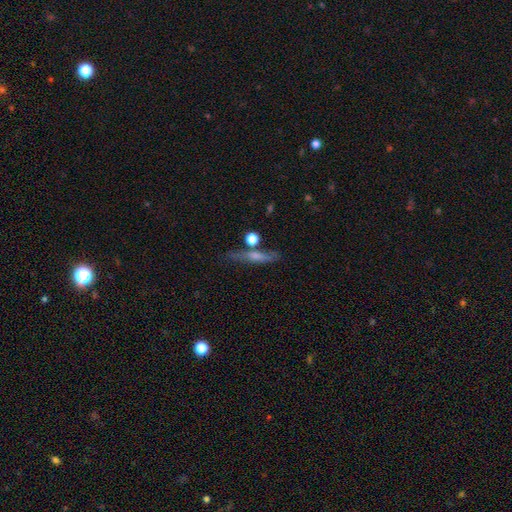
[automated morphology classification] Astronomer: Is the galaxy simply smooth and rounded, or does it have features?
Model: featured or disk — 54% (runner-up: smooth, 35%).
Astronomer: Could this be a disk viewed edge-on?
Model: yes — 90%.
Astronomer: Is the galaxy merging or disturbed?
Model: none — 74%.